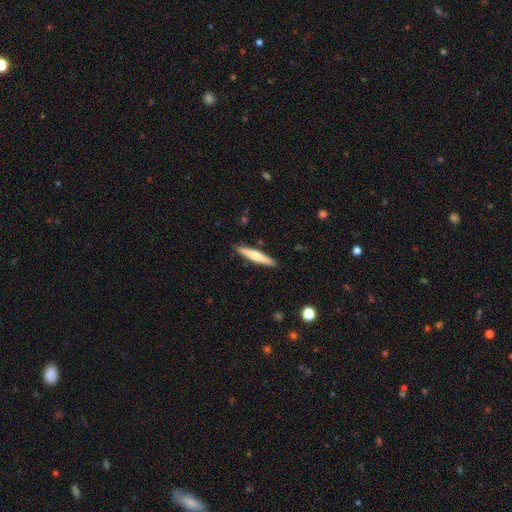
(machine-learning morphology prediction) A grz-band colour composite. It shows a smooth galaxy with no disk features (58%) that is cigar-shaped (92%). Merging: none (90%).